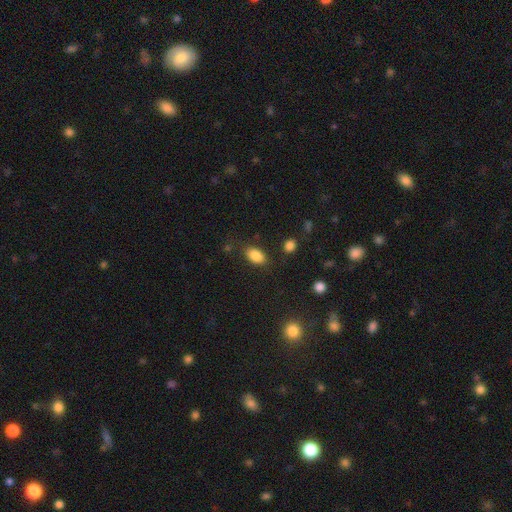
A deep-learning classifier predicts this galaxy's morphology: smooth-or-featured: smooth: 86% | star or artifact: 9% | featured or disk: 5%
  how-rounded: in between: 89% | round: 9% | cigar-shaped: 2%
  merging: none: 81% | minor disturbance: 13% | major disturbance: 4% | merger: 3%